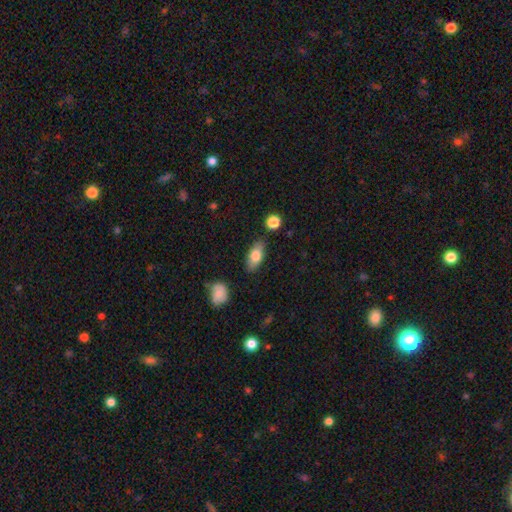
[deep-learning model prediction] A smooth galaxy with no disk features (75%) that is in between round and cigar-shaped (83%).

Vote fractions:
- Smooth or featured? smooth: 75% / featured or disk: 18% / star or artifact: 7%
- How rounded? in between: 83% / cigar-shaped: 12% / round: 4%
- Merging? none: 82% / minor disturbance: 12% / merger: 3% / major disturbance: 3%